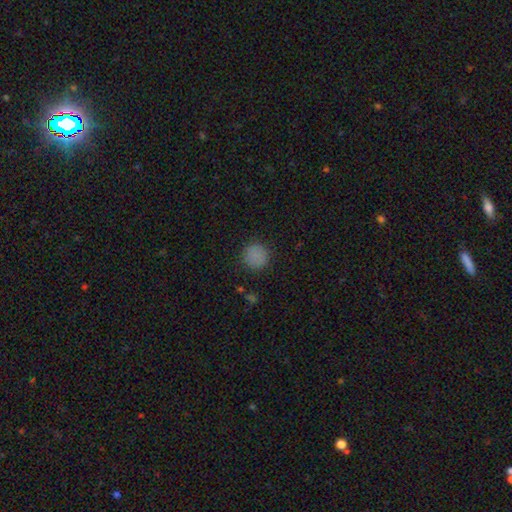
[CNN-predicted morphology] Smooth or featured: smooth — 84% (star or artifact — 12%)
How rounded: round — 93% (in between — 6%)
Merging: none — 88% (minor disturbance — 8%)